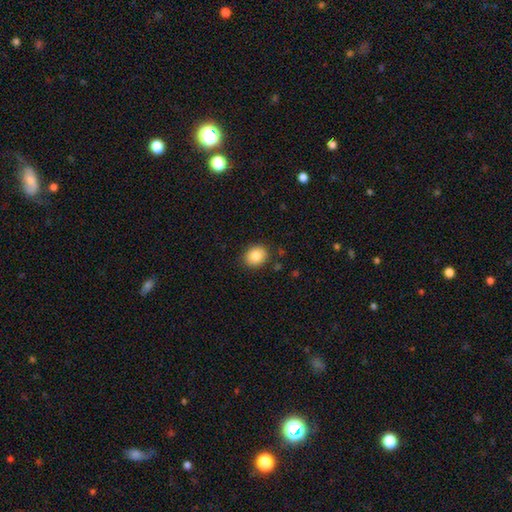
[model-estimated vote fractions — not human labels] Smooth or featured?
  - smooth: 84% *
  - star or artifact: 9%
  - featured or disk: 7%
How rounded?
  - round: 65% *
  - in between: 34%
  - cigar-shaped: 1%
Merging?
  - none: 87% *
  - minor disturbance: 9%
  - major disturbance: 2%
  - merger: 2%